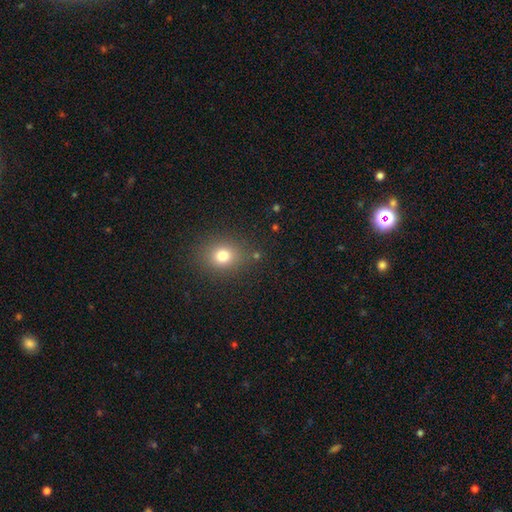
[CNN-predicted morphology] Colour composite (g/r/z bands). It shows a smooth galaxy with no disk features (71%) that is round (67%). Merging: none (86%).